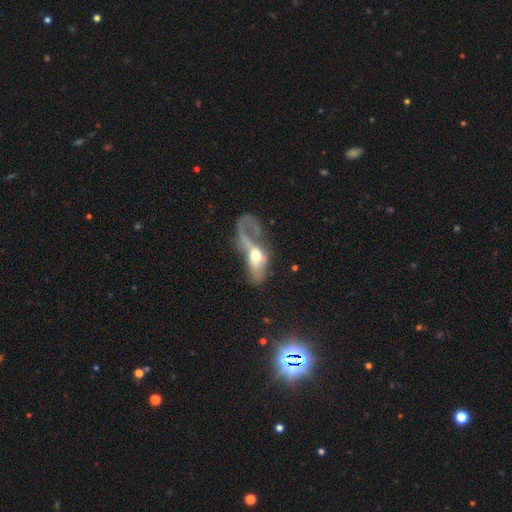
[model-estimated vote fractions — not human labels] Q: Smooth or featured?
A: featured or disk (52%); runner-up: smooth (39%)
Q: Edge-on disk?
A: no (82%); runner-up: yes (18%)
Q: Merging?
A: major disturbance (65%); runner-up: merger (13%)